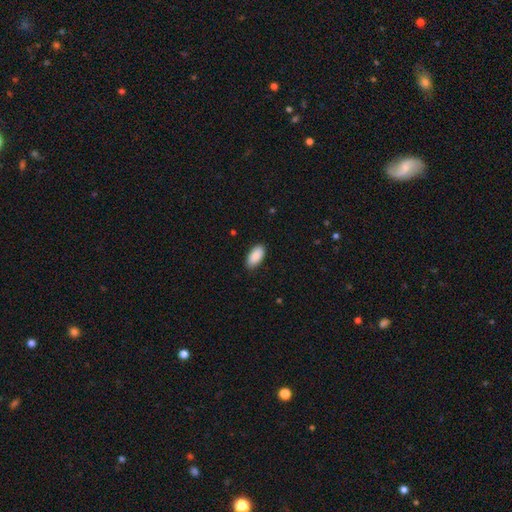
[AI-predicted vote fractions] Smooth or featured?
  - smooth: 89% *
  - star or artifact: 6%
  - featured or disk: 4%
How rounded?
  - in between: 94% *
  - cigar-shaped: 4%
  - round: 2%
Merging?
  - none: 88% *
  - minor disturbance: 9%
  - major disturbance: 2%
  - merger: 1%